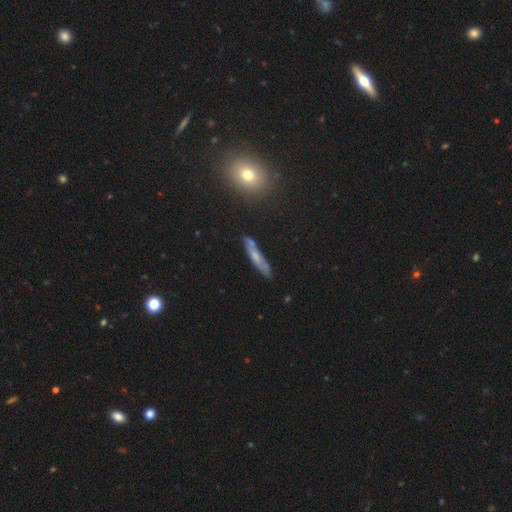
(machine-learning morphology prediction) The model was most divided on "smooth or featured": smooth: 50%, featured or disk: 40%, star or artifact: 10%. More confident: merging — none (75%).